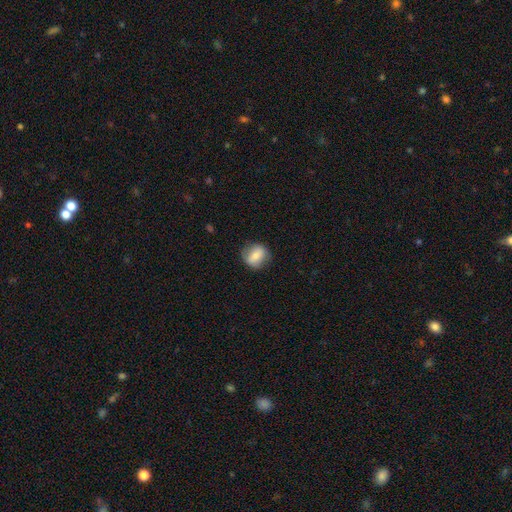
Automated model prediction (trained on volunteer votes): Smooth or featured?
  - smooth: 70% *
  - featured or disk: 22%
  - star or artifact: 8%
How rounded?
  - round: 70% *
  - in between: 29%
  - cigar-shaped: 1%
Merging?
  - none: 79% *
  - minor disturbance: 15%
  - major disturbance: 5%
  - merger: 1%